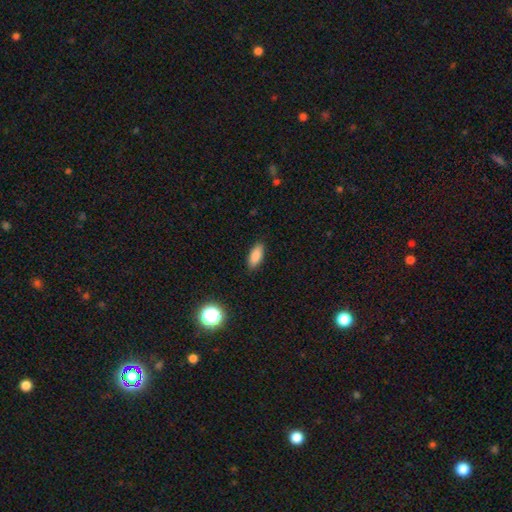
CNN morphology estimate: smooth 86%, star or artifact 8%, featured or disk 6%. Down the decision tree: how rounded — in between (82%); merging — none (87%).